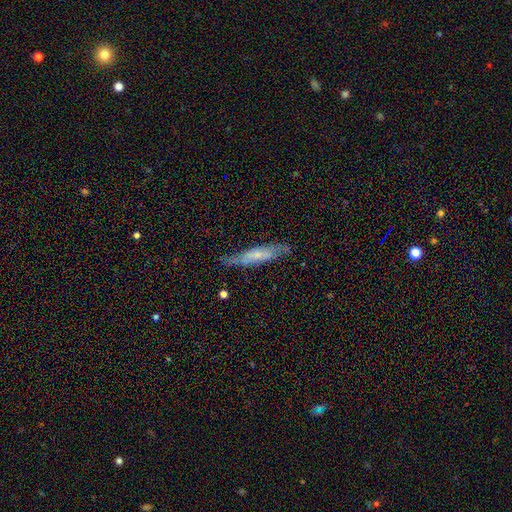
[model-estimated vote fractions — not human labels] A featured or disk galaxy (53%) viewed edge-on (64%).

Vote fractions:
- Smooth or featured? featured or disk: 53% / smooth: 40% / star or artifact: 7%
- Edge-on disk? yes: 64% / no: 36%
- Merging? none: 72% / minor disturbance: 21% / major disturbance: 5% / merger: 2%